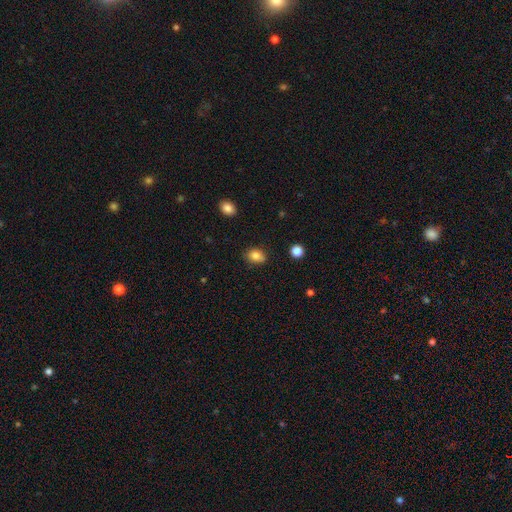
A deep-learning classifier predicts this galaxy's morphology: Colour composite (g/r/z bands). It shows a smooth galaxy with no disk features (84%) that is in between round and cigar-shaped (64%). Merging: none (79%).